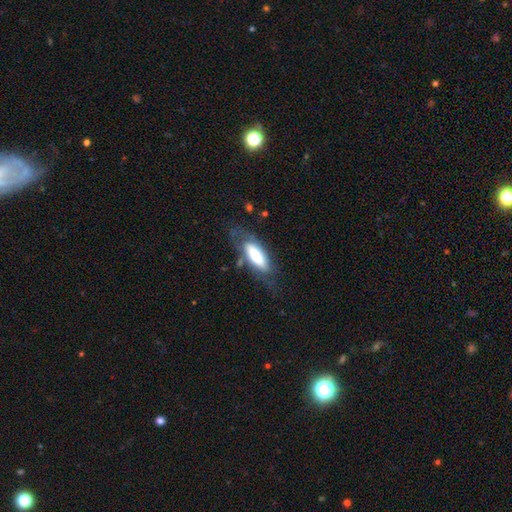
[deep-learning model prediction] Q: Smooth or featured?
A: smooth (67%); runner-up: featured or disk (26%)
Q: How rounded?
A: in between (70%); runner-up: cigar-shaped (28%)
Q: Merging?
A: none (56%); runner-up: minor disturbance (25%)